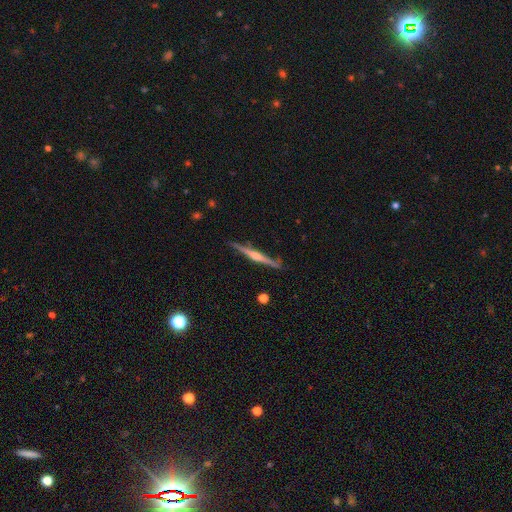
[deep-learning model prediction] This appears to be a featured or disk galaxy (80%) viewed edge-on (98%) with a rounded central bulge (85%). Merging: none (88%).